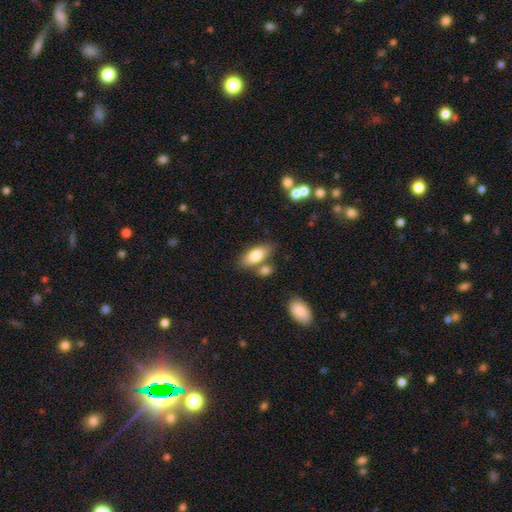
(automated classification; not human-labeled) The model was most divided on "merging": none: 64%, merger: 20%, minor disturbance: 13%, major disturbance: 3%. More confident: how rounded — in between (87%); smooth or featured — smooth (81%).